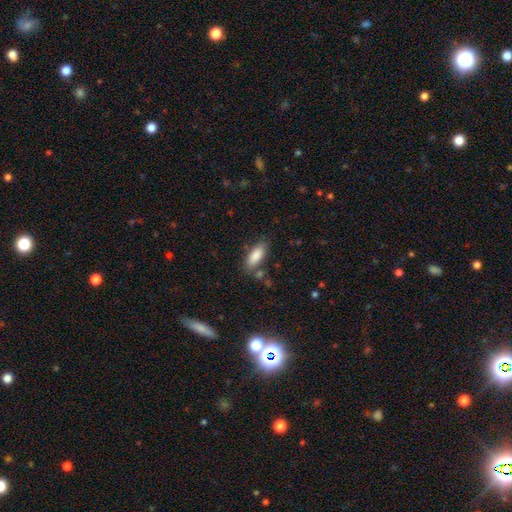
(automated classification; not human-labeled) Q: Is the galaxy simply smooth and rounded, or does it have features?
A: smooth — 86%.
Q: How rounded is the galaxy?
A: in between — 76%.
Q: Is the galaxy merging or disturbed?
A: none — 75%.